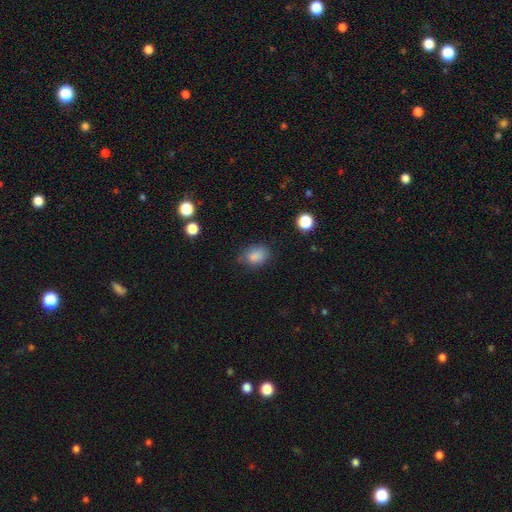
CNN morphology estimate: Smooth or featured: smooth — 84% (star or artifact — 11%)
How rounded: in between — 69% (round — 29%)
Merging: none — 72% (minor disturbance — 21%)